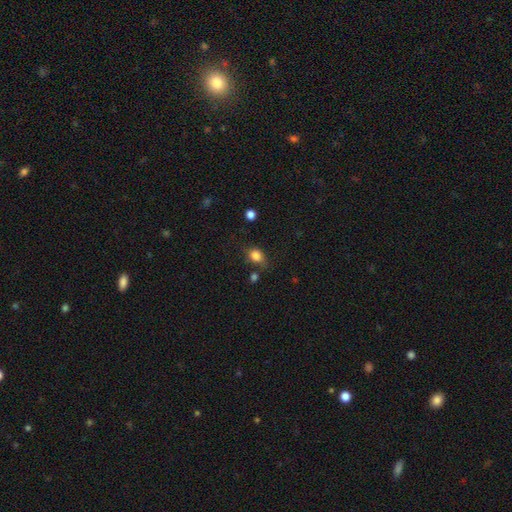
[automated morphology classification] type=smooth (83%); roundness=in between (56%); merging=none (64%).